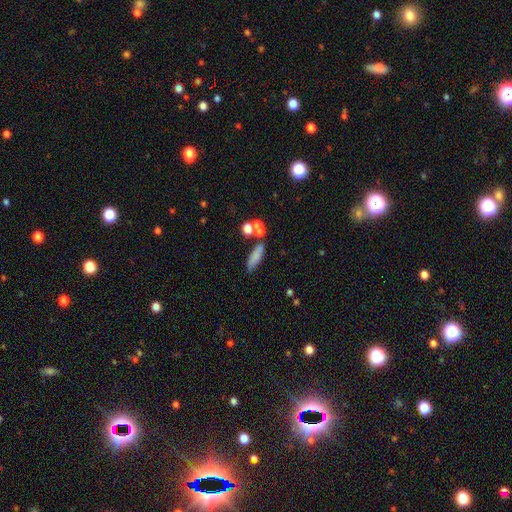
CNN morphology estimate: A smooth galaxy with no disk features (74%) that is cigar-shaped (52%).

Vote fractions:
- Smooth or featured? smooth: 74% / featured or disk: 15% / star or artifact: 11%
- How rounded? cigar-shaped: 52% / in between: 43% / round: 5%
- Merging? none: 61% / merger: 18% / minor disturbance: 14% / major disturbance: 6%